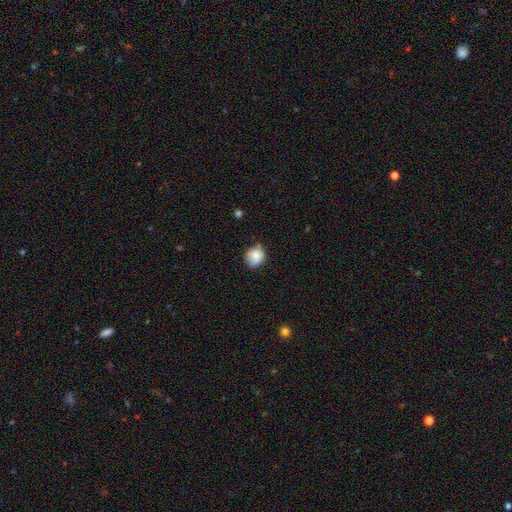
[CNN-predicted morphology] smooth_or_featured: smooth (p=0.83) [alt: star or artifact p=0.09]
how_rounded: round (p=0.73) [alt: in between p=0.26]
merging: none (p=0.64) [alt: minor disturbance p=0.29]